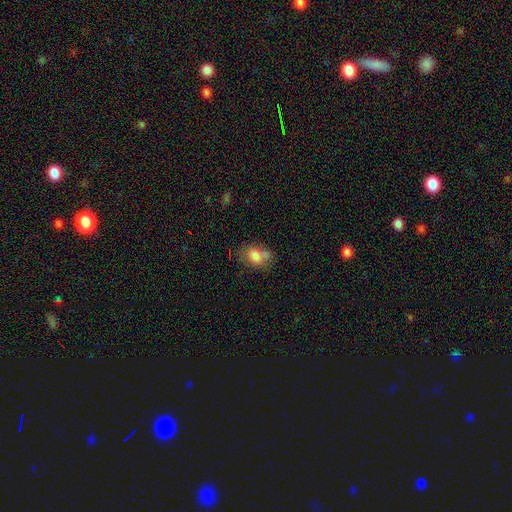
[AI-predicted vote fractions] Smooth or featured: smooth — 76% (featured or disk — 15%)
How rounded: in between — 73% (round — 26%)
Merging: none — 43% (merger — 25%)